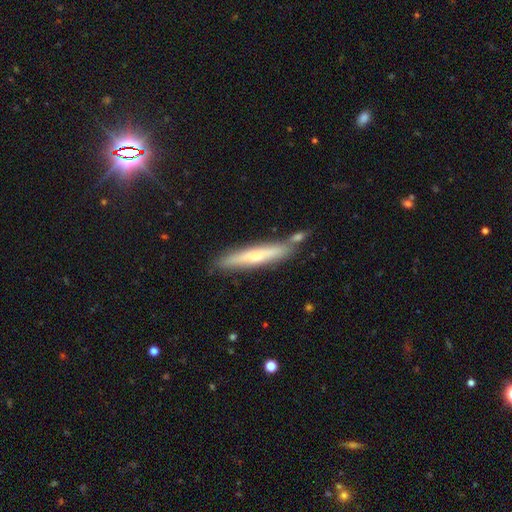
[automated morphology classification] Q: Smooth or featured?
A: smooth (51%); runner-up: featured or disk (43%)
Q: How rounded?
A: cigar-shaped (92%); runner-up: in between (7%)
Q: Merging?
A: none (74%); runner-up: minor disturbance (13%)